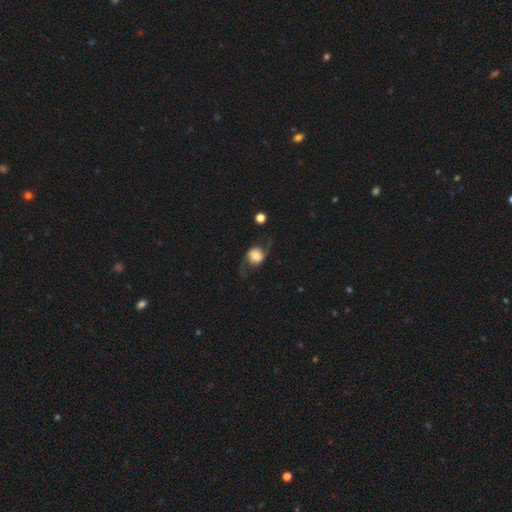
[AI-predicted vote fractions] The model was most divided on "bulge size": large: 34%, dominant: 29%, moderate: 20%, small: 11%, none: 6%. More confident: edge-on disk — no (92%); spiral arms — yes (87%); bar — no (66%); merging — none (63%); smooth or featured — featured or disk (56%).